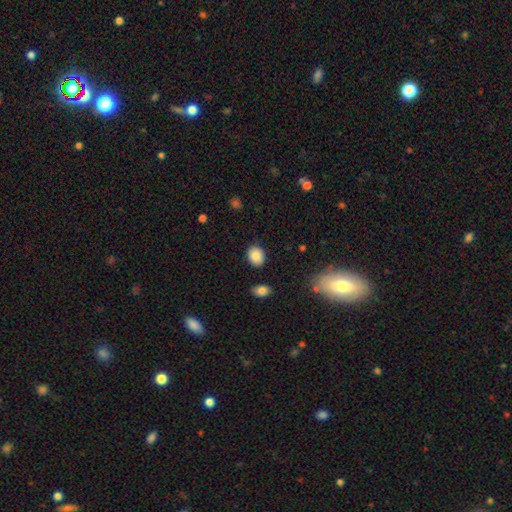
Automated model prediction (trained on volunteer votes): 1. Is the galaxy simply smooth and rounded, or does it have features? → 86% smooth, 8% star or artifact, 6% featured or disk.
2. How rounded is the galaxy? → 53% round, 46% in between, 1% cigar-shaped.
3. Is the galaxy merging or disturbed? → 85% none, 10% minor disturbance, 3% major disturbance, 2% merger.